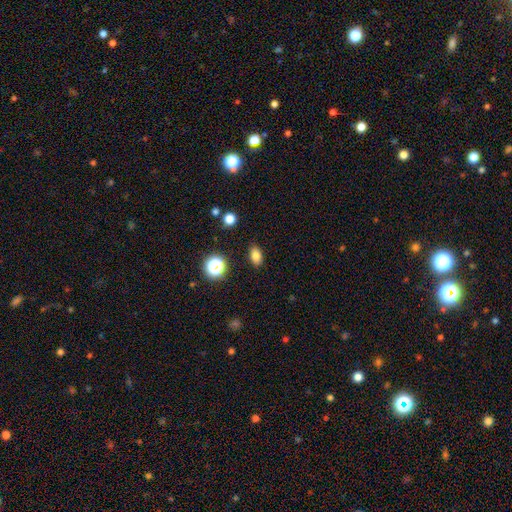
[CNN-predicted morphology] Smooth or featured? smooth (79%)
How rounded? in between (81%)
Merging? none (87%)